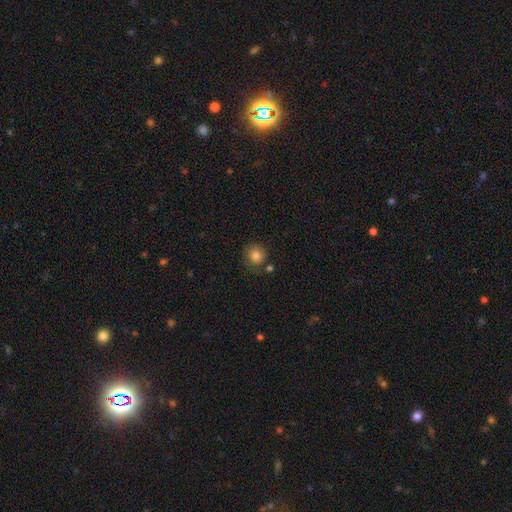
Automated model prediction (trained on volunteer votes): smooth 82%, star or artifact 10%, featured or disk 7%. Down the decision tree: how rounded — round (90%); merging — none (74%).